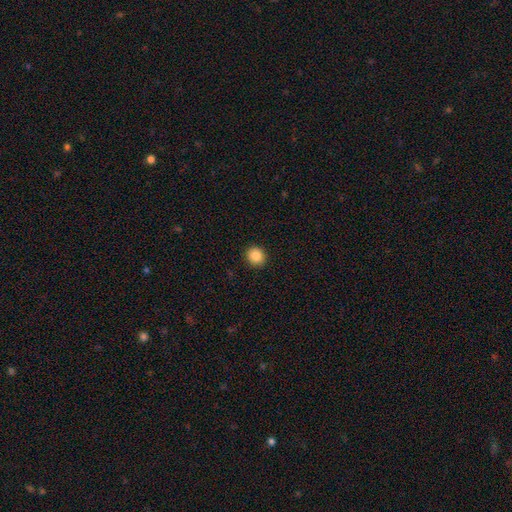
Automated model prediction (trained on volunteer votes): Smooth or featured? Predicted: smooth (p=0.86). How rounded? Predicted: round (p=0.88). Merging? Predicted: none (p=0.92).